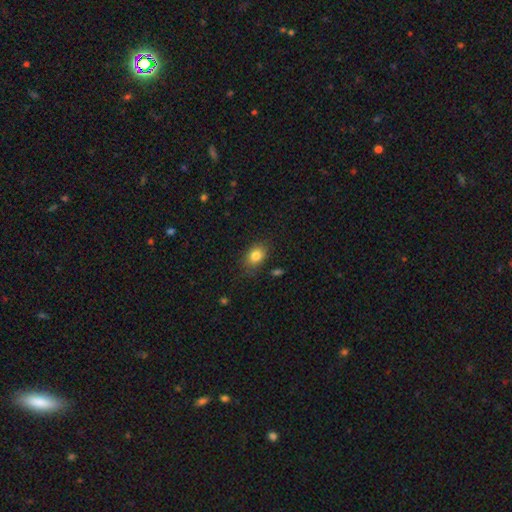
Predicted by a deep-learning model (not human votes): Smooth or featured? Predicted: smooth (p=0.83). How rounded? Predicted: in between (p=0.70). Merging? Predicted: none (p=0.79).